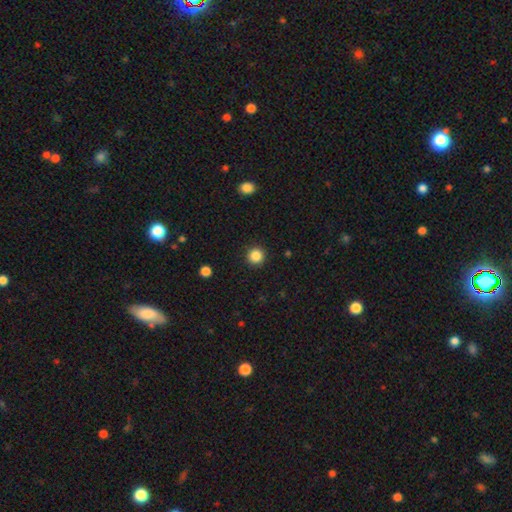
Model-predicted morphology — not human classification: A smooth galaxy with no disk features (86%) that is round (96%). Merging: none (92%).